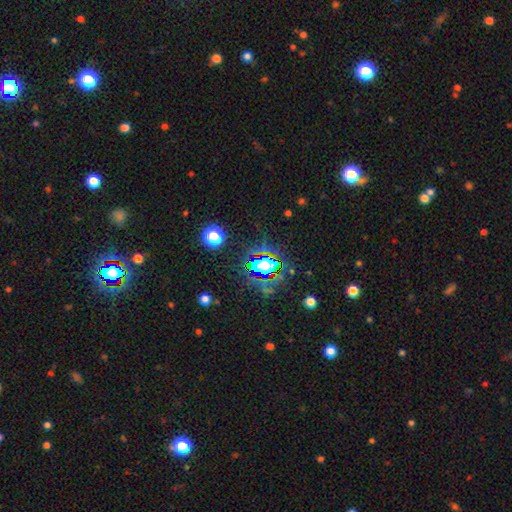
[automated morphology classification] This appears to be a star or artifact, not a galaxy (70%).